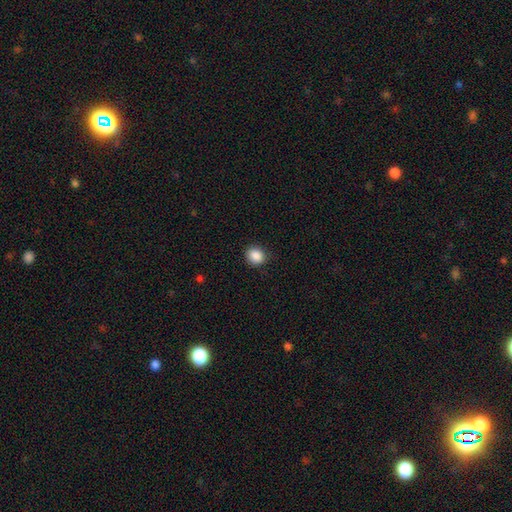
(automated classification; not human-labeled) Morphology: type=smooth (88%); roundness=round (73%); merging=none (87%).